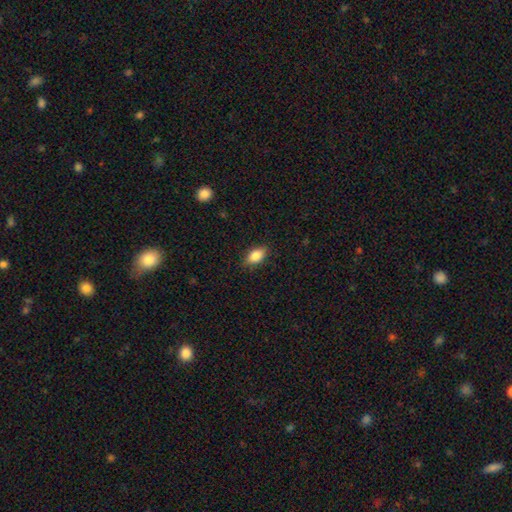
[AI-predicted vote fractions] smooth-or-featured: smooth: 85% | star or artifact: 8% | featured or disk: 7%
  how-rounded: in between: 88% | round: 8% | cigar-shaped: 4%
  merging: none: 86% | minor disturbance: 11% | major disturbance: 2% | merger: 1%